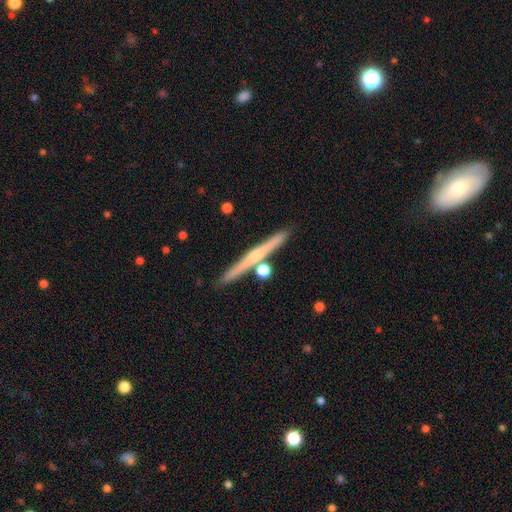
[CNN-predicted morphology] smooth-or-featured: featured or disk: 57% | smooth: 36% | star or artifact: 7%
  disk-edge-on: yes: 97% | no: 3%
    edge-on-bulge: none: 49% | rounded: 46% | boxy: 6%
  merging: none: 84% | minor disturbance: 7% | merger: 7% | major disturbance: 2%